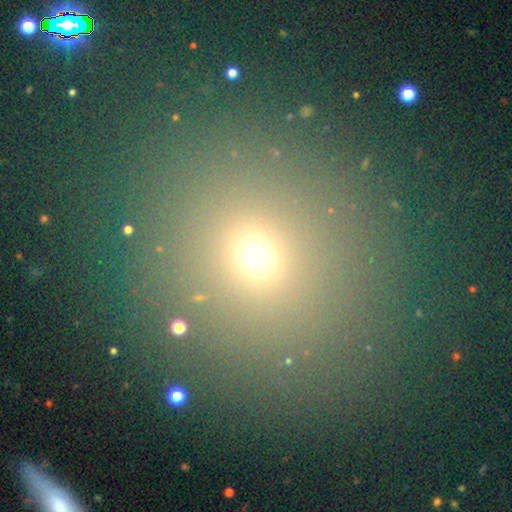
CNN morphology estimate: A smooth galaxy with no disk features (62%) that is round (83%).

Vote fractions:
- Smooth or featured? smooth: 62% / star or artifact: 29% / featured or disk: 9%
- How rounded? round: 83% / in between: 16% / cigar-shaped: 1%
- Merging? none: 83% / minor disturbance: 8% / major disturbance: 5% / merger: 4%